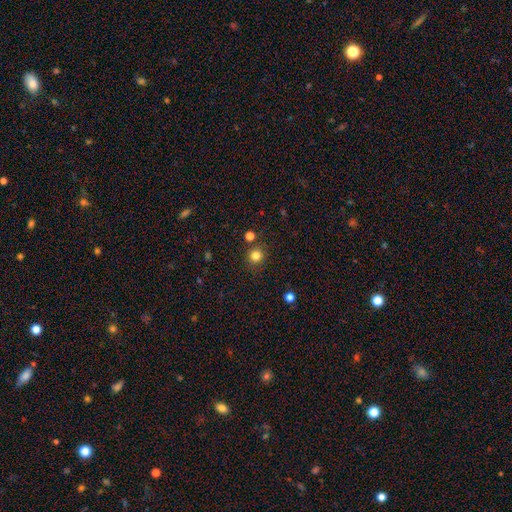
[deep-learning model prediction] smooth_or_featured: smooth (p=0.81) [alt: star or artifact p=0.14]
how_rounded: round (p=0.90) [alt: in between p=0.09]
merging: none (p=0.84) [alt: minor disturbance p=0.09]